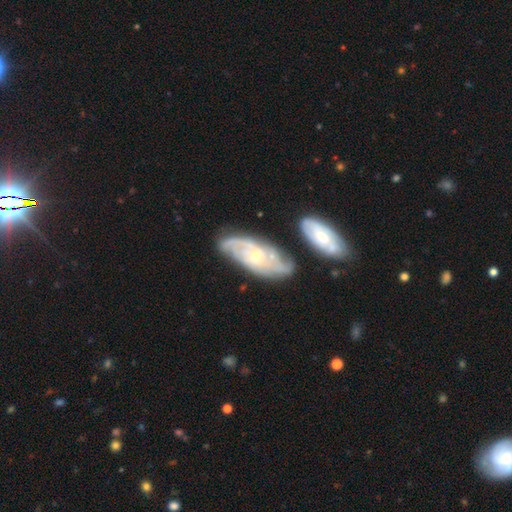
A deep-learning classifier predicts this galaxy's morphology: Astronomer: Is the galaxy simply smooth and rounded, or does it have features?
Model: featured or disk — 80%.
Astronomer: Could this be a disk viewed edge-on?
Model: no — 92%.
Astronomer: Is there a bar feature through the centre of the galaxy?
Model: no — 72%.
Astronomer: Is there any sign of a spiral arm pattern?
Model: yes — 92%.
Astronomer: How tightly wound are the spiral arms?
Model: tight — 49% (runner-up: medium, 37%).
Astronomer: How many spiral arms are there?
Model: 2 — 37% (runner-up: can't tell, 34%).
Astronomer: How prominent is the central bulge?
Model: small — 62%.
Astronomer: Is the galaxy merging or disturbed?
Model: none — 60%.